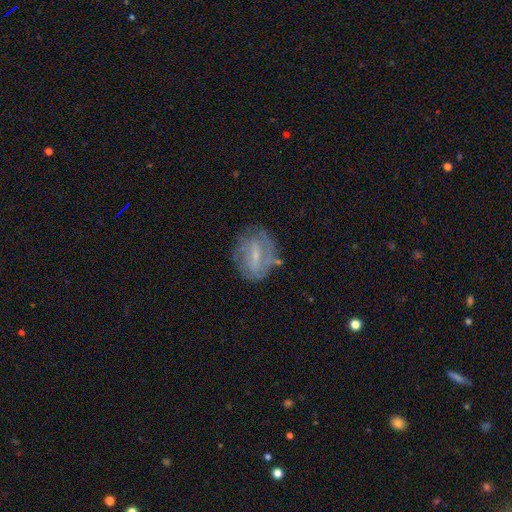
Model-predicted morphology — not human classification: A featured or disk galaxy (63%) with a weak bar (50%), spiral arms (61%) and a small central bulge (61%). Merging: none (66%).